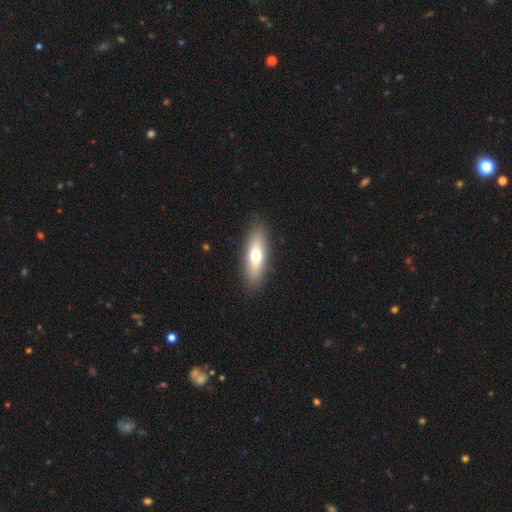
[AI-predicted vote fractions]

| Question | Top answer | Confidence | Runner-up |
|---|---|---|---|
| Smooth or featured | smooth | 65% | featured or disk (28%) |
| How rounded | in between | 54% | cigar-shaped (43%) |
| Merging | none | 88% | minor disturbance (8%) |